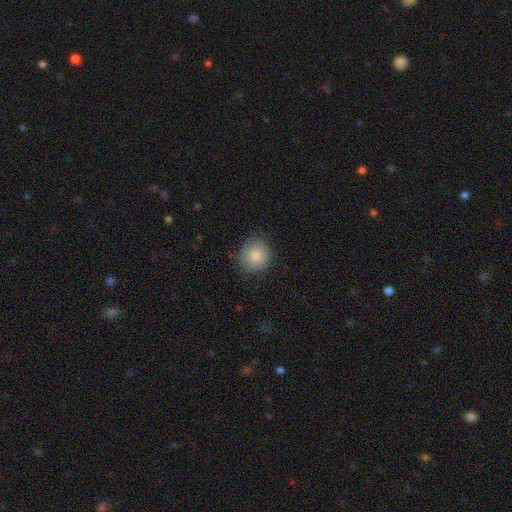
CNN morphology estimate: Smooth or featured?
  - smooth: 80% *
  - featured or disk: 13%
  - star or artifact: 8%
How rounded?
  - round: 88% *
  - in between: 12%
  - cigar-shaped: 1%
Merging?
  - none: 80% *
  - minor disturbance: 16%
  - major disturbance: 4%
  - merger: 1%